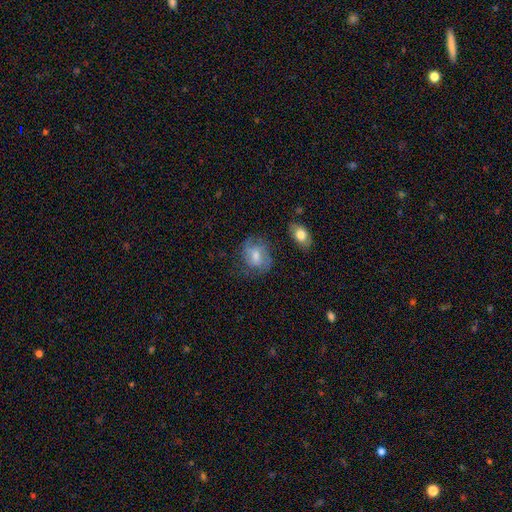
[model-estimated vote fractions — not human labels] featured or disk 48%, smooth 42%, star or artifact 10%. Down the decision tree: merging — none (61%).